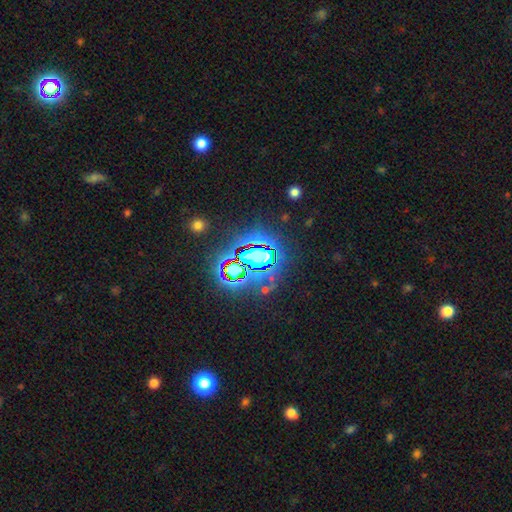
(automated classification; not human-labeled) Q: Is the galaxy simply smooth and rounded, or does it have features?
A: star or artifact — 79%.